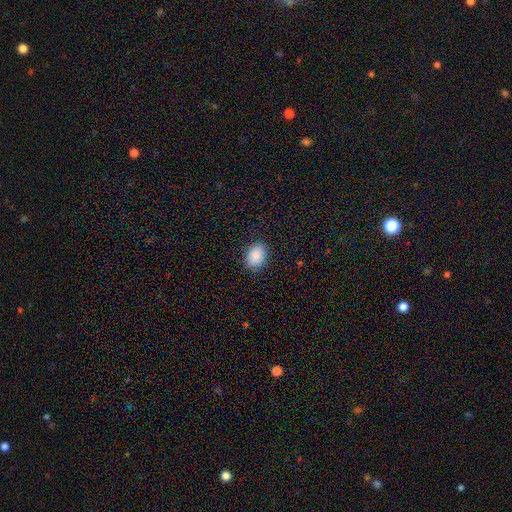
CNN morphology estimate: smooth_or_featured: smooth (p=0.89) [alt: star or artifact p=0.07]
how_rounded: in between (p=0.76) [alt: round p=0.23]
merging: none (p=0.88) [alt: minor disturbance p=0.09]